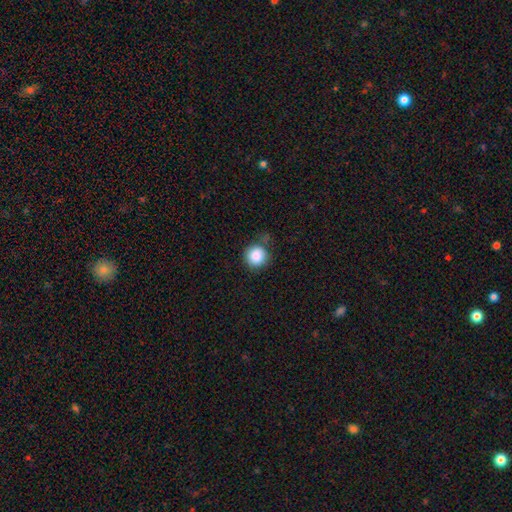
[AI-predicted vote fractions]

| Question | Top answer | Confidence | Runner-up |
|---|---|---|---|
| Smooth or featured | smooth | 87% | star or artifact (9%) |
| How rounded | round | 92% | in between (7%) |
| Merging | none | 68% | minor disturbance (21%) |